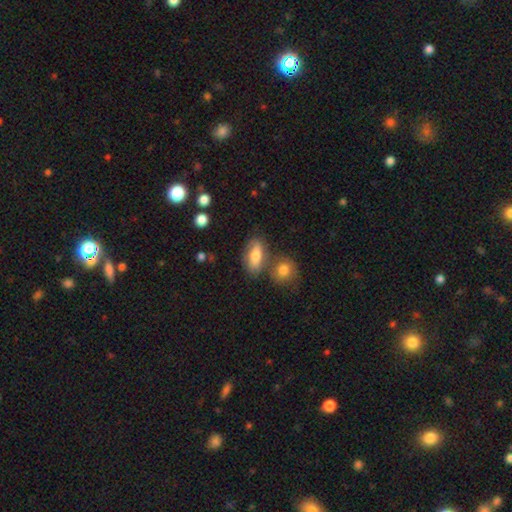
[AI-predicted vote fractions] Smooth or featured: smooth — 73% (featured or disk — 20%)
How rounded: in between — 82% (cigar-shaped — 12%)
Merging: none — 62% (merger — 19%)